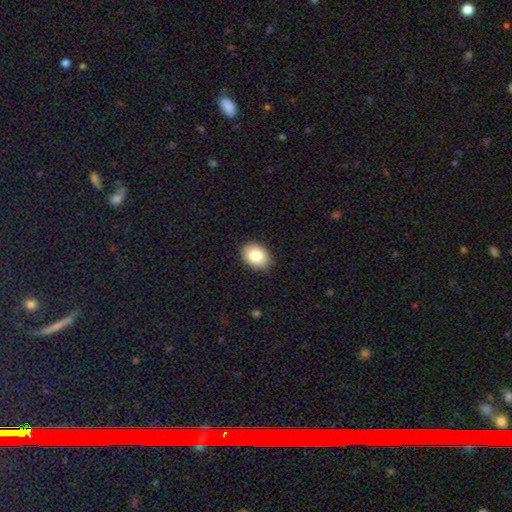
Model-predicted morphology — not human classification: Smooth or featured: smooth — 83% (featured or disk — 10%)
How rounded: in between — 74% (round — 25%)
Merging: none — 88% (minor disturbance — 9%)